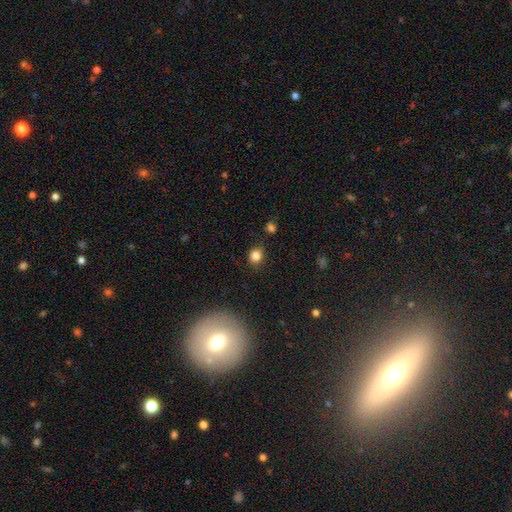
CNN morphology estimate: type=smooth (82%); roundness=round (73%); merging=none (82%).